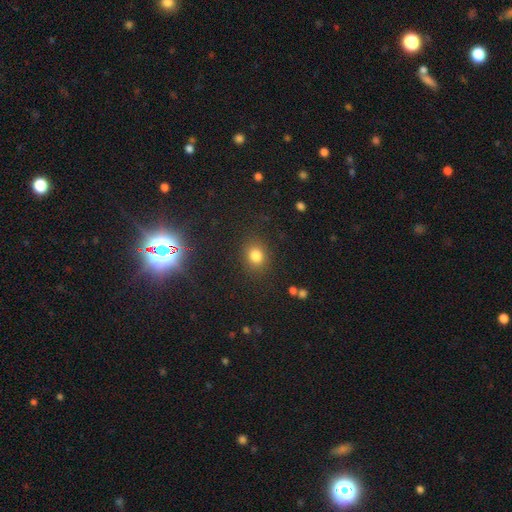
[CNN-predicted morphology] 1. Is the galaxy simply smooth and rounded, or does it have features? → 80% smooth, 14% star or artifact, 6% featured or disk.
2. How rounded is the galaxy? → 63% round, 36% in between, 1% cigar-shaped.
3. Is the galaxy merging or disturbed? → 84% none, 10% minor disturbance, 4% major disturbance, 2% merger.